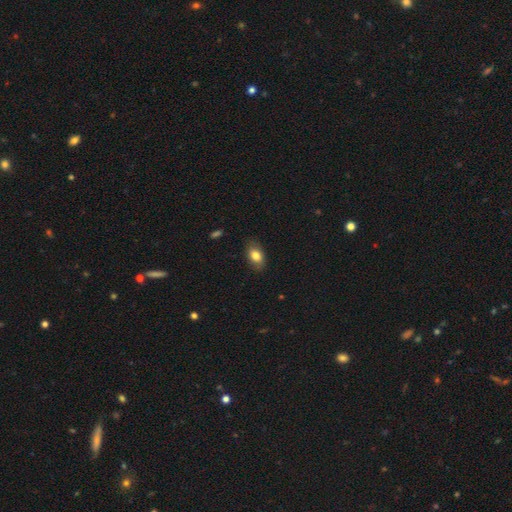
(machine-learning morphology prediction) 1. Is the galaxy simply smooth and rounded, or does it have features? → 81% smooth, 11% featured or disk, 8% star or artifact.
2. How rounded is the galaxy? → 88% in between, 10% round, 2% cigar-shaped.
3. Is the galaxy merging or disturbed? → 83% none, 13% minor disturbance, 3% major disturbance, 1% merger.